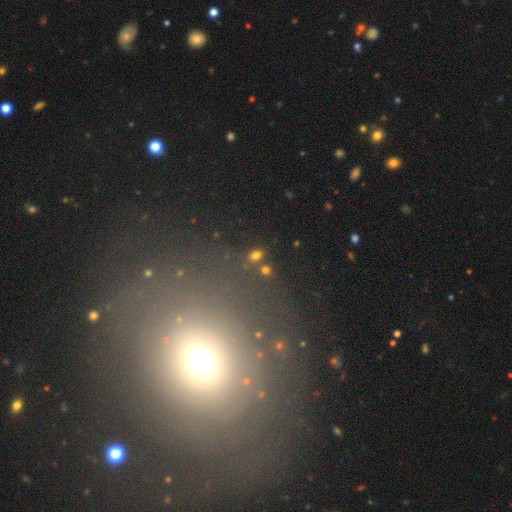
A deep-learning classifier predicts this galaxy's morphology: Smooth or featured? smooth (69%)
How rounded? in between (77%)
Merging? none (74%)